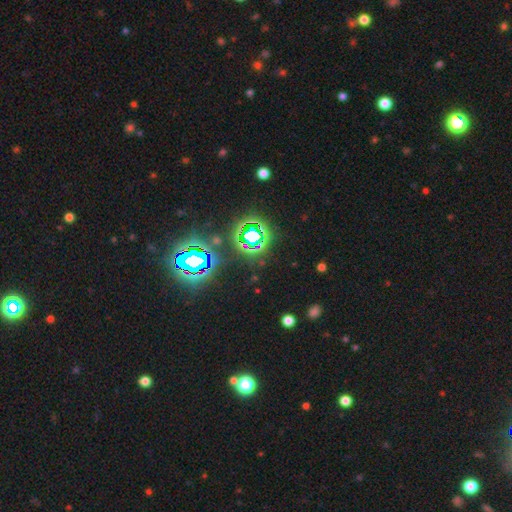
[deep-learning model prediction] star or artifact 83%, smooth 11%, featured or disk 6%.